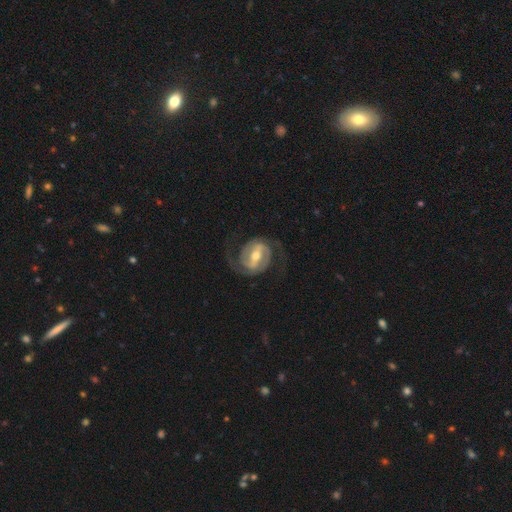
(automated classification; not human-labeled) Smooth or featured? Predicted: featured or disk (p=0.90). Edge-on disk? Predicted: no (p=0.97). Bar? Predicted: strong (p=0.54). Spiral arms? Predicted: yes (p=0.96). Spiral winding? Predicted: medium (p=0.50). Spiral arm count? Predicted: 2 (p=0.92). Bulge size? Predicted: moderate (p=0.68). Merging? Predicted: none (p=0.77).